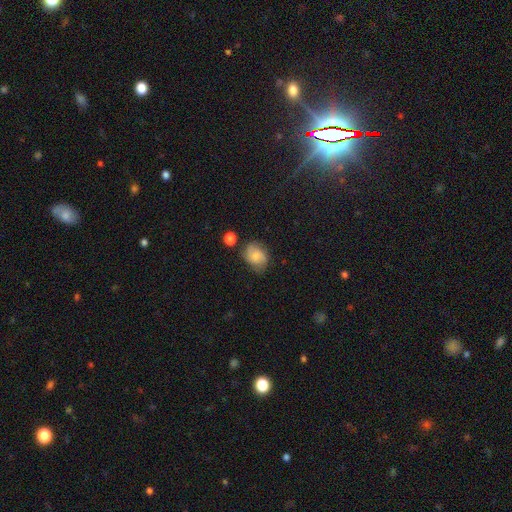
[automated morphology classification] Smooth or featured?
  - smooth: 49% *
  - featured or disk: 41%
  - star or artifact: 10%
Merging?
  - none: 67% *
  - minor disturbance: 23%
  - major disturbance: 7%
  - merger: 4%